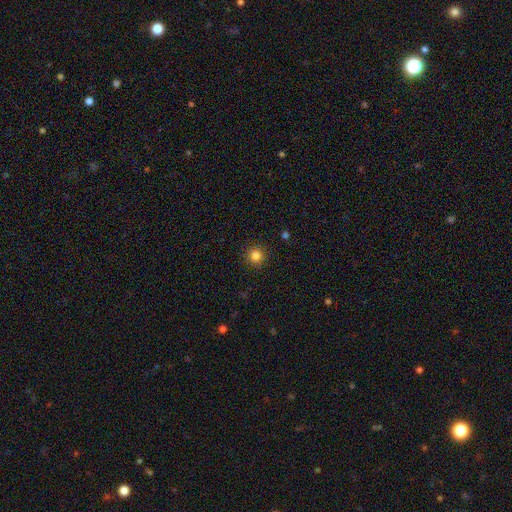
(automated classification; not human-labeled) The model was most divided on "smooth or featured": smooth: 83%, star or artifact: 12%, featured or disk: 5%. More confident: how rounded — round (95%); merging — none (92%).